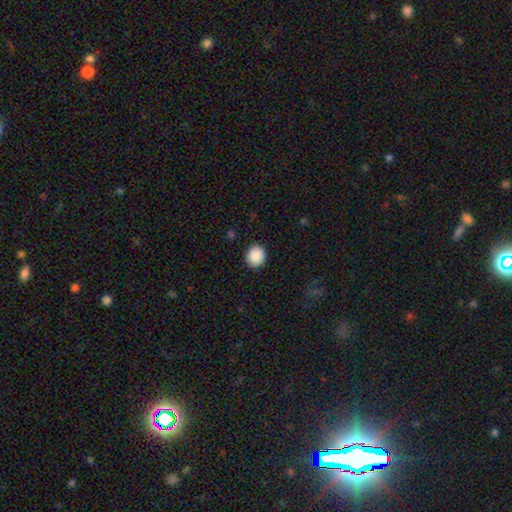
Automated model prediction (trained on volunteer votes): Smooth or featured?
  - smooth: 90% *
  - star or artifact: 8%
  - featured or disk: 2%
How rounded?
  - round: 84% *
  - in between: 15%
  - cigar-shaped: 1%
Merging?
  - none: 91% *
  - minor disturbance: 6%
  - major disturbance: 2%
  - merger: 1%